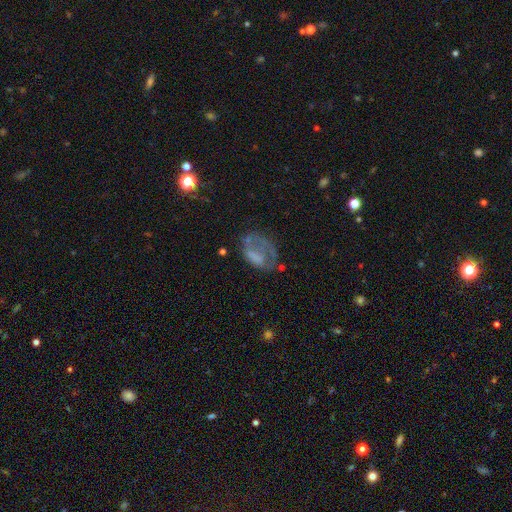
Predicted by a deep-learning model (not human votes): A featured or disk galaxy (45%).

Vote fractions:
- Smooth or featured? featured or disk: 45% / smooth: 43% / star or artifact: 11%
- Merging? major disturbance: 38% / none: 34% / minor disturbance: 23% / merger: 5%